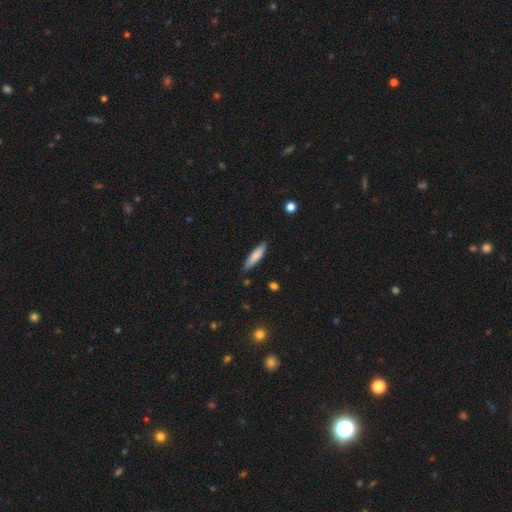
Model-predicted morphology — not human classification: Smooth or featured? Predicted: smooth (p=0.82). How rounded? Predicted: cigar-shaped (p=0.70). Merging? Predicted: none (p=0.83).